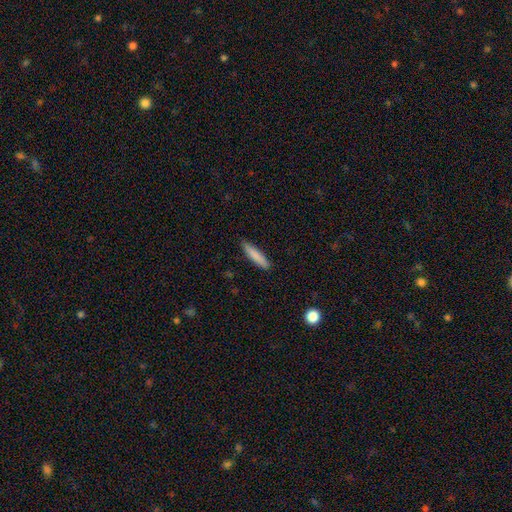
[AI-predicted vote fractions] Overall: smooth (85%). How rounded: cigar-shaped (84%). Merging: none (88%).